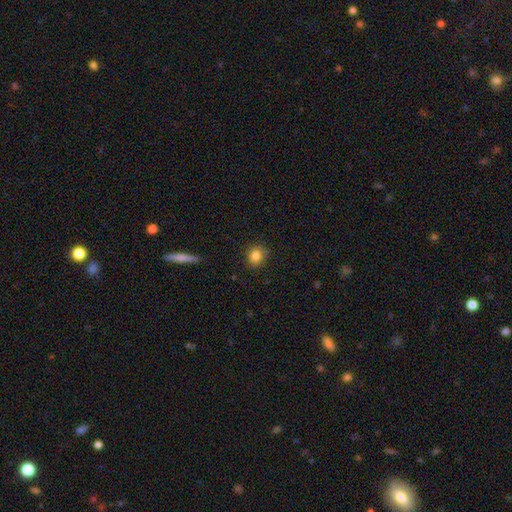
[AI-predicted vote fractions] The model was most divided on "how rounded": round: 81%, in between: 18%, cigar-shaped: 1%. More confident: merging — none (84%); smooth or featured — smooth (83%).